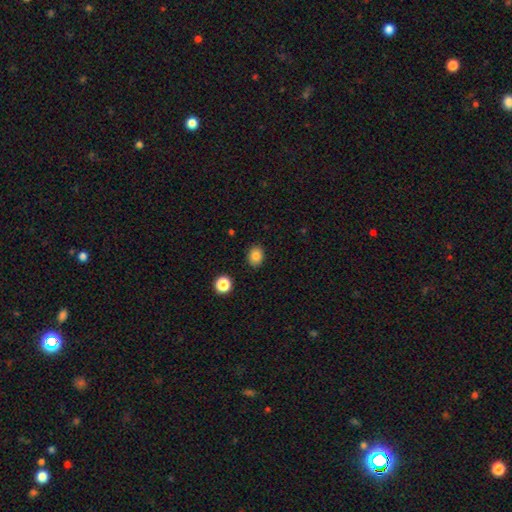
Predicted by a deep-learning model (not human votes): This is clearly a smooth galaxy (84%). How rounded: possibly in between (58%). Merging: clearly none (88%).